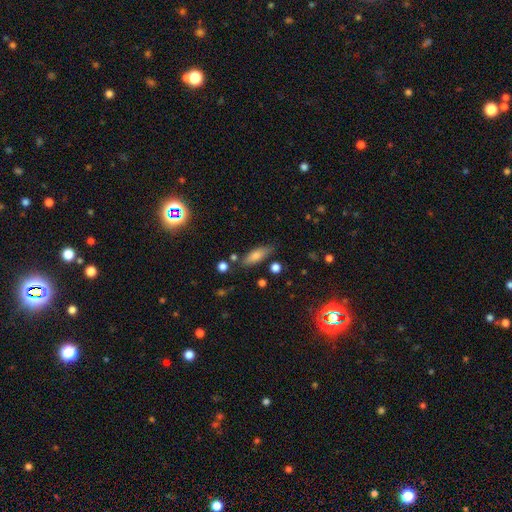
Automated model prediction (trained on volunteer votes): smooth-or-featured: smooth: 72% | featured or disk: 18% | star or artifact: 10%
  how-rounded: in between: 58% | cigar-shaped: 39% | round: 3%
  merging: none: 76% | minor disturbance: 15% | merger: 5% | major disturbance: 4%